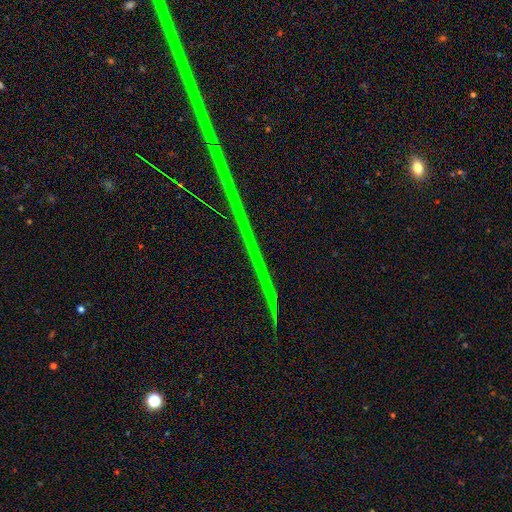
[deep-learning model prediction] star or artifact 86%, featured or disk 9%, smooth 5%.